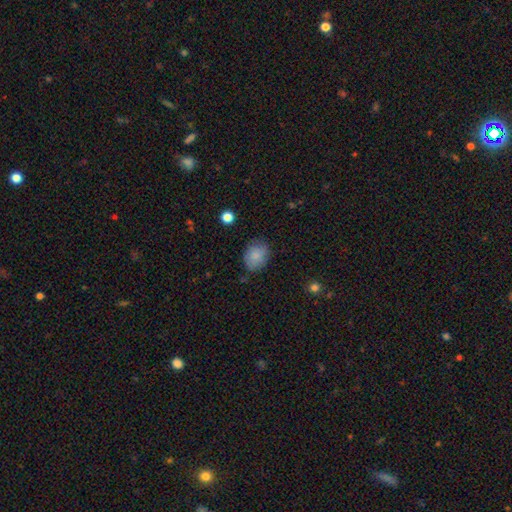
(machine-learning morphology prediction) This is clearly a smooth galaxy (85%). How rounded: possibly in between (54%). Merging: likely none (77%).